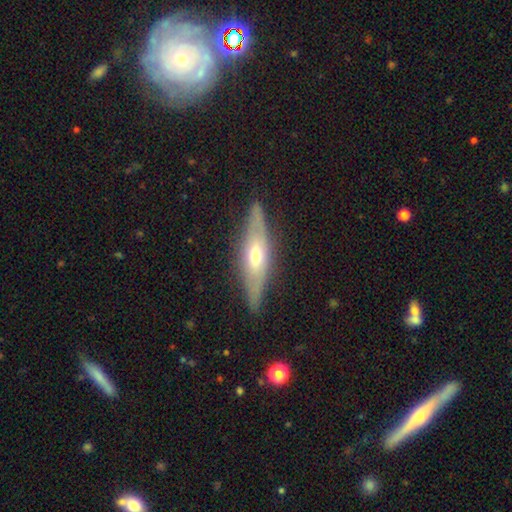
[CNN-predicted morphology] Smooth or featured: featured or disk — 62% (smooth — 31%)
Edge-on disk: yes — 83% (no — 17%)
Edge-on bulge: rounded — 86% (none — 9%)
Merging: none — 84% (minor disturbance — 12%)